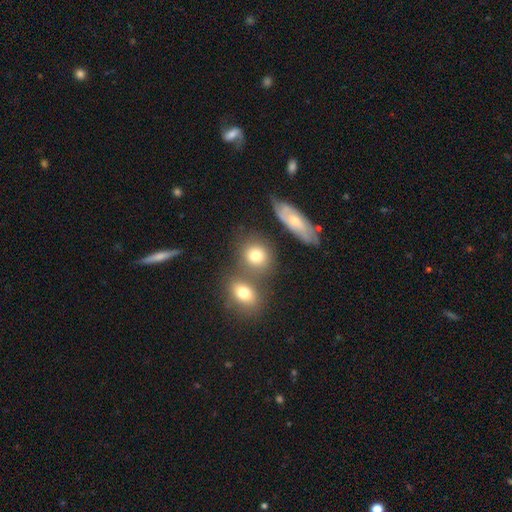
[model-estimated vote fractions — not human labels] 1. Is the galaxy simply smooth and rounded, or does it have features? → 75% smooth, 13% featured or disk, 11% star or artifact.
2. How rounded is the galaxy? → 75% round, 23% in between, 2% cigar-shaped.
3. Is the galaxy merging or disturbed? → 58% none, 25% merger, 12% minor disturbance, 5% major disturbance.